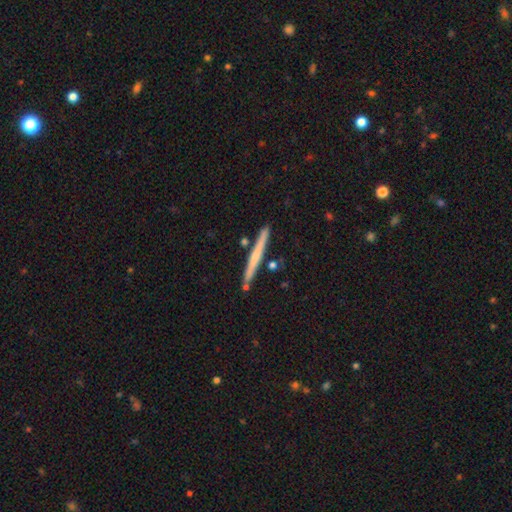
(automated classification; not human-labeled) This is possibly a smooth galaxy (48%). Merging: clearly none (86%).